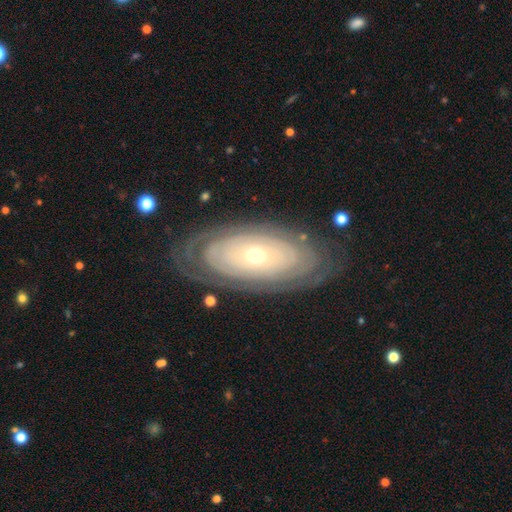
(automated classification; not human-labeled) smooth-or-featured: featured or disk: 78% | smooth: 17% | star or artifact: 6%
  disk-edge-on: no: 91% | yes: 9%
    bar: no: 88% | weak: 8% | strong: 4%
    has-spiral-arms: yes: 74% | no: 26%
      spiral-winding: tight: 86% | medium: 10% | loose: 4%
      spiral-arm-count: can't tell: 59% | 2: 12% | more than 4: 9% | 3: 8% | 4: 7% | 1: 5%
    bulge-size: small: 53% | moderate: 42% | large: 3% | dominant: 1% | none: 1%
  merging: none: 79% | minor disturbance: 14% | major disturbance: 6% | merger: 1%